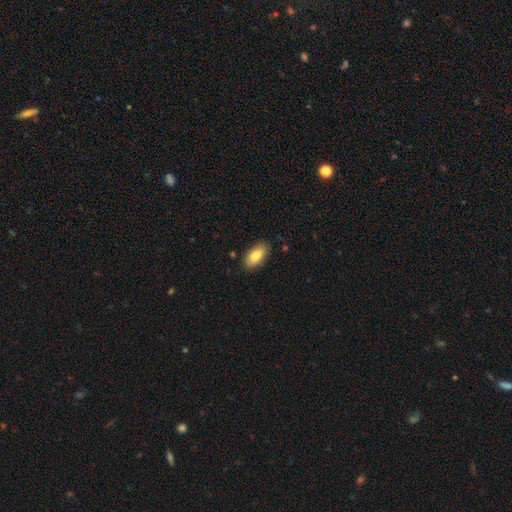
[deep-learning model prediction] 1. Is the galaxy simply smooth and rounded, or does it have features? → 80% smooth, 13% featured or disk, 7% star or artifact.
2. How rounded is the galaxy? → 91% in between, 6% cigar-shaped, 3% round.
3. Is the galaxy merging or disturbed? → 85% none, 11% minor disturbance, 2% major disturbance, 1% merger.